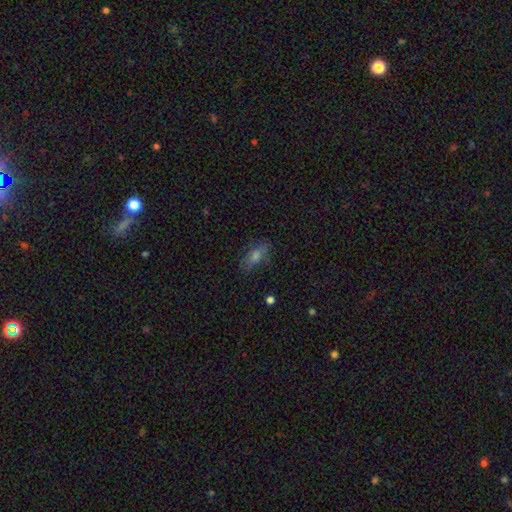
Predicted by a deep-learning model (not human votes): Overall: smooth (60%; featured or disk 24%). How rounded: in between (65%; cigar-shaped 29%). Merging: none (83%).